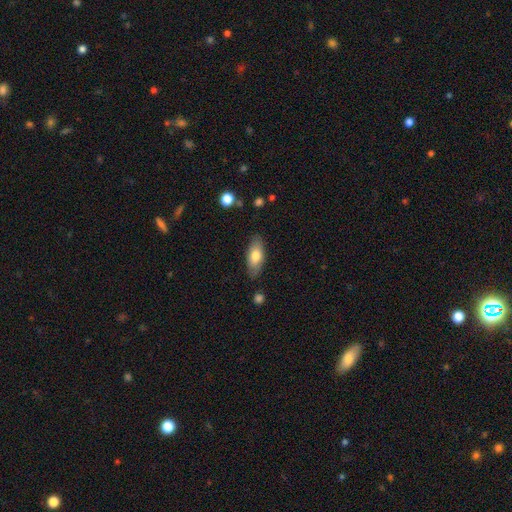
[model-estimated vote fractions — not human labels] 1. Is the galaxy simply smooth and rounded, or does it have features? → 73% smooth, 20% featured or disk, 6% star or artifact.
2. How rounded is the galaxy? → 83% in between, 14% cigar-shaped, 3% round.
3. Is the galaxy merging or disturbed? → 82% none, 13% minor disturbance, 3% major disturbance, 2% merger.